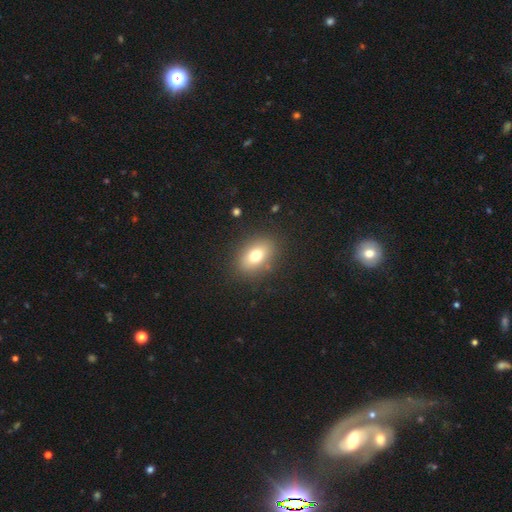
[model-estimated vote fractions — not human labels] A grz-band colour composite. It shows a smooth galaxy with no disk features (74%) that is in between round and cigar-shaped (77%). Merging: none (86%).